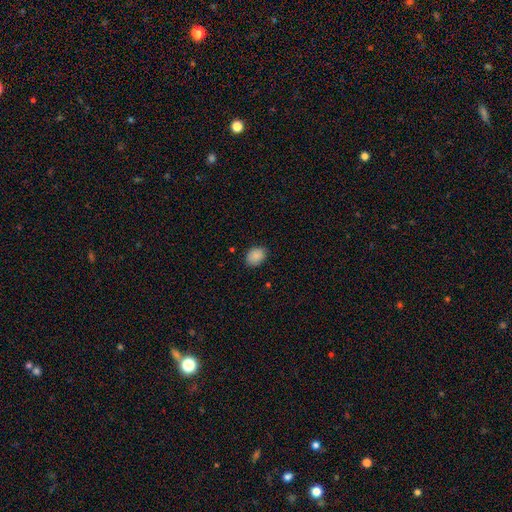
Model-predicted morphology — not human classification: Smooth or featured? Predicted: smooth (p=0.88). How rounded? Predicted: in between (p=0.58). Merging? Predicted: none (p=0.84).